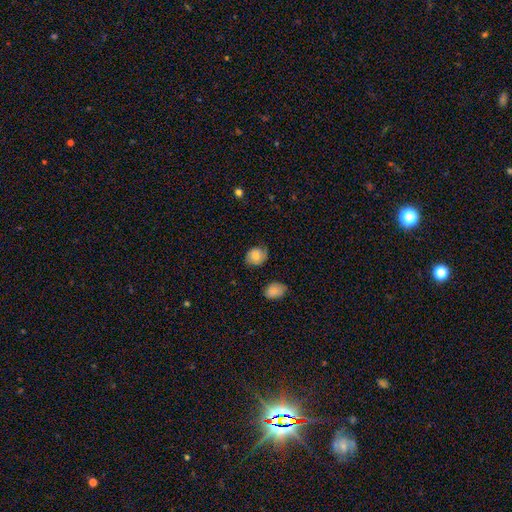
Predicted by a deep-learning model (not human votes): This is likely a smooth galaxy (68%). How rounded: likely round (62%). Merging: likely none (65%).